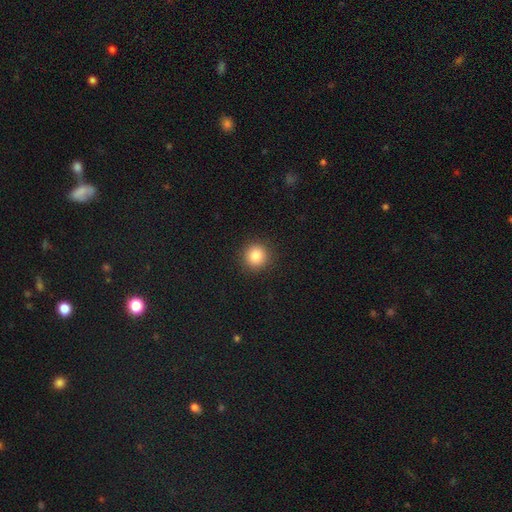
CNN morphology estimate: A smooth galaxy with no disk features (84%) that is round (93%). Merging: none (92%).